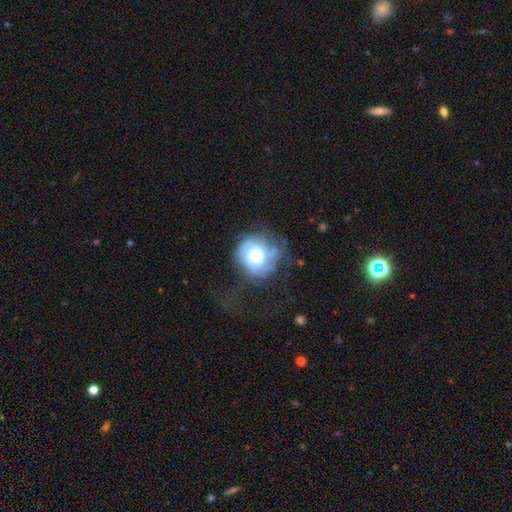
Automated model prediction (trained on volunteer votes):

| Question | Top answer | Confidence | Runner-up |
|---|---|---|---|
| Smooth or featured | featured or disk | 66% | smooth (26%) |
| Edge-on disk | no | 97% | yes (3%) |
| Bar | no | 76% | weak (19%) |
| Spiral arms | yes | 85% | no (15%) |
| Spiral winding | tight | 55% | medium (31%) |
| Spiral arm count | can't tell | 42% | 2 (27%) |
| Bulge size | moderate | 49% | large (29%) |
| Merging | none | 49% | major disturbance (26%) |